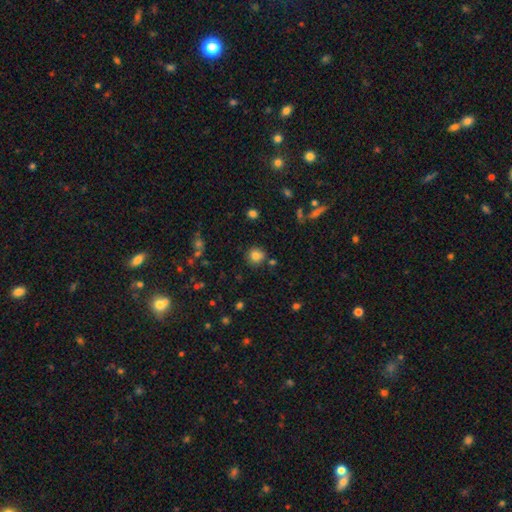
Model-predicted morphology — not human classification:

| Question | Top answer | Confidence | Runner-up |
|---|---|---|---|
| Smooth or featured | smooth | 80% | star or artifact (13%) |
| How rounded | round | 90% | in between (9%) |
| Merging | none | 82% | minor disturbance (9%) |